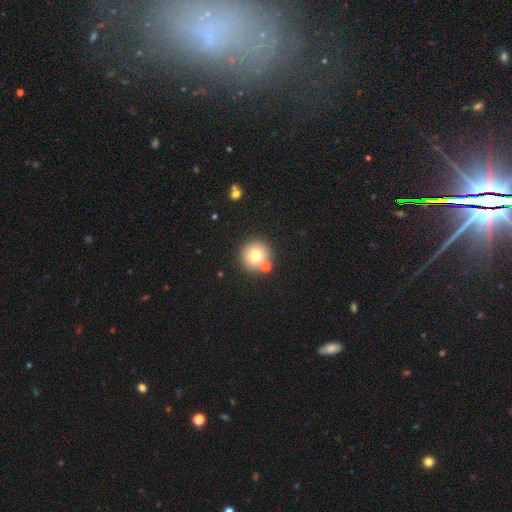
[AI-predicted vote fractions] Overall: smooth (75%). How rounded: round (95%). Merging: none (79%).